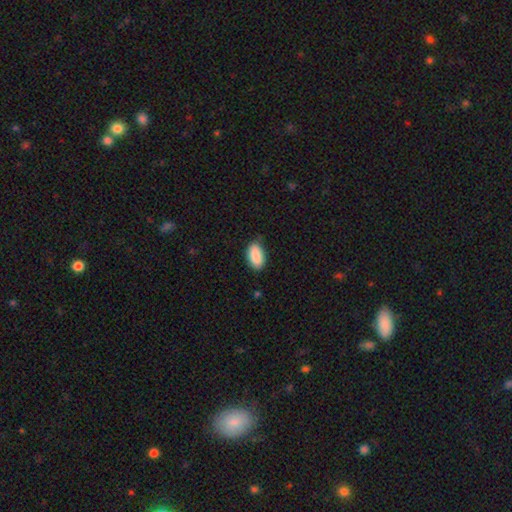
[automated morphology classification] Overall: smooth (89%). How rounded: in between (94%). Merging: none (77%).